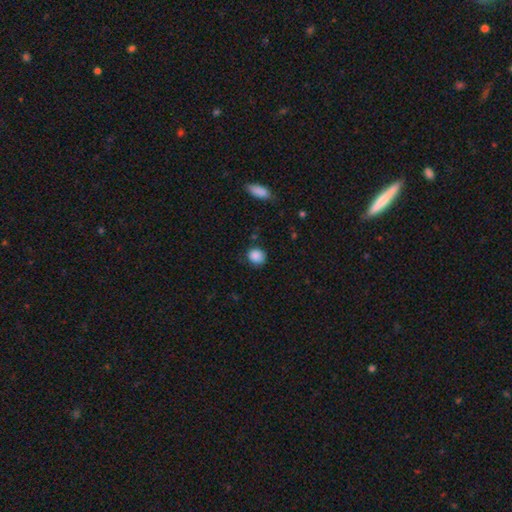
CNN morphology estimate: A smooth galaxy with no disk features (87%) that is round (79%).

Vote fractions:
- Smooth or featured? smooth: 87% / star or artifact: 9% / featured or disk: 3%
- How rounded? round: 79% / in between: 20% / cigar-shaped: 1%
- Merging? none: 78% / minor disturbance: 17% / major disturbance: 4% / merger: 2%